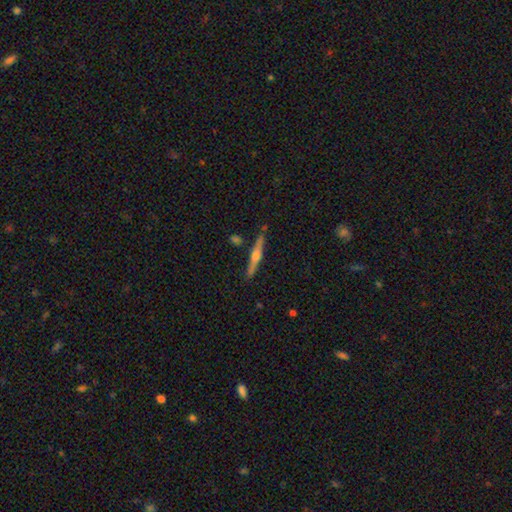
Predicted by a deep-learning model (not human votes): featured or disk 74%, smooth 20%, star or artifact 6%. Down the decision tree: edge-on disk — yes (98%); edge-on bulge — rounded (91%); merging — none (88%).